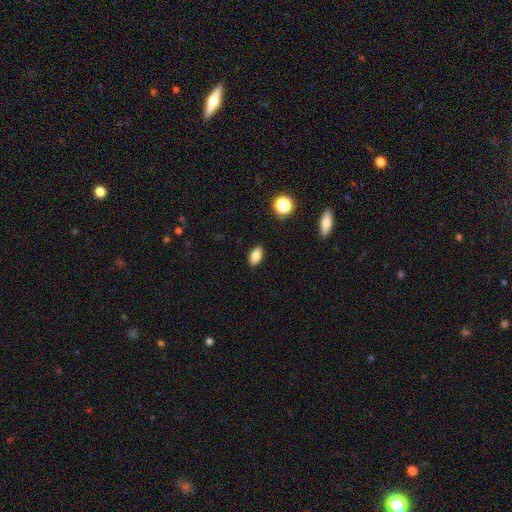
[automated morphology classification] A smooth galaxy with no disk features (84%) that is in between round and cigar-shaped (90%). Merging: none (89%).